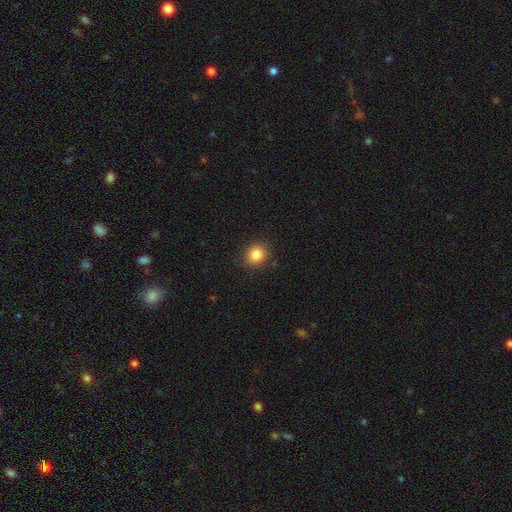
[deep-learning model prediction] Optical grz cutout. It shows a smooth galaxy with no disk features (85%) that is round (79%). Merging: none (88%).